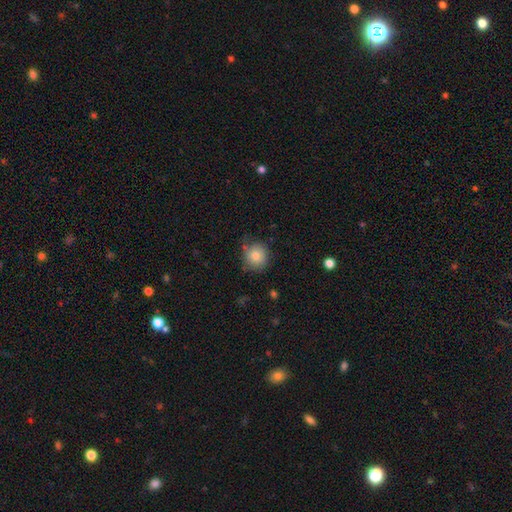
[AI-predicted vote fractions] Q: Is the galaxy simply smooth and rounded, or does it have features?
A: smooth — 78%.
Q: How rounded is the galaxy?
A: round — 89%.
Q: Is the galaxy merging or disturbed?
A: none — 74%.